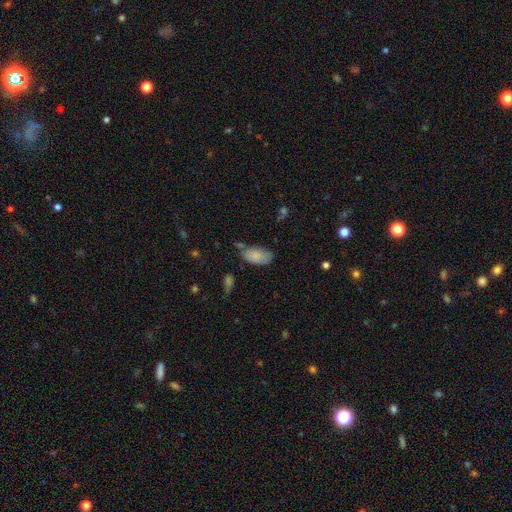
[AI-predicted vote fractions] Smooth or featured?
  - smooth: 83% *
  - featured or disk: 10%
  - star or artifact: 7%
How rounded?
  - in between: 95% *
  - round: 3%
  - cigar-shaped: 2%
Merging?
  - none: 62% *
  - minor disturbance: 24%
  - merger: 8%
  - major disturbance: 6%